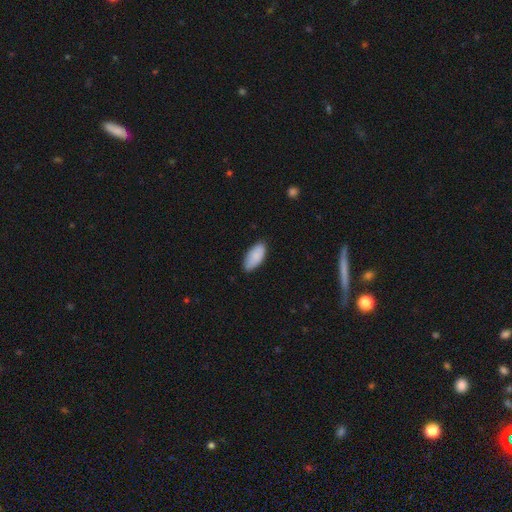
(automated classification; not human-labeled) The model was most divided on "merging": none: 80%, minor disturbance: 17%, major disturbance: 2%, merger: 1%. More confident: how rounded — in between (91%); smooth or featured — smooth (88%).